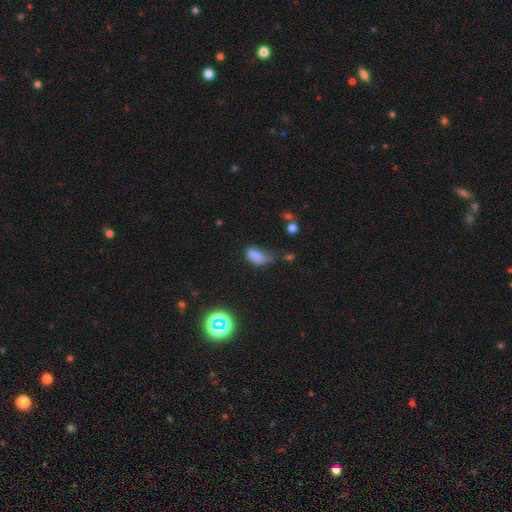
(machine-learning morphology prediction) Smooth or featured? smooth (72%)
How rounded? in between (88%)
Merging? minor disturbance (38%)